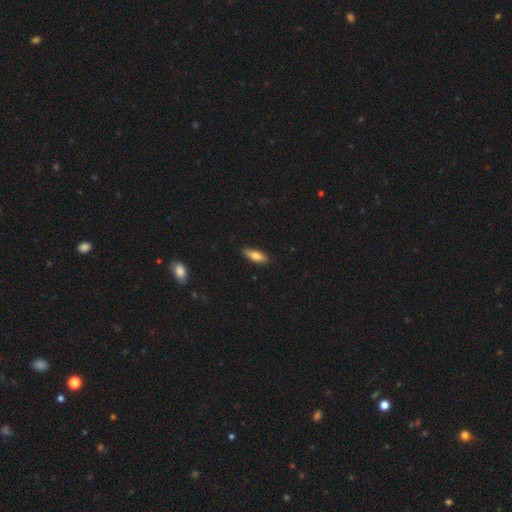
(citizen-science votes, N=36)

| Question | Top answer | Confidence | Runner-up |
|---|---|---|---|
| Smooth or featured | smooth | 75% | featured or disk (19%) |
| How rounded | in between | 89% | cigar-shaped (11%) |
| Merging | none | 82% | minor disturbance (15%) |